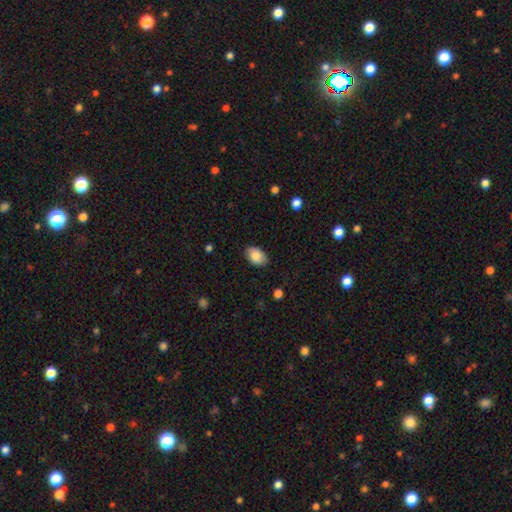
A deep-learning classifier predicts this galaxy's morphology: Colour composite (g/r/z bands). It shows a smooth galaxy with no disk features (85%) that is in between round and cigar-shaped (88%). Merging: none (85%).